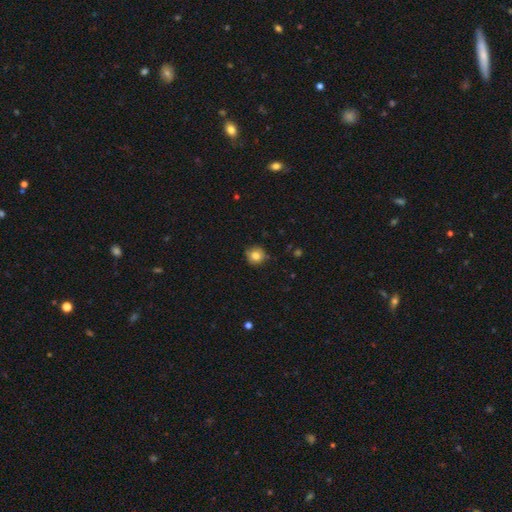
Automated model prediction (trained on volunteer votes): Overall: smooth (81%). How rounded: round (90%). Merging: none (81%).